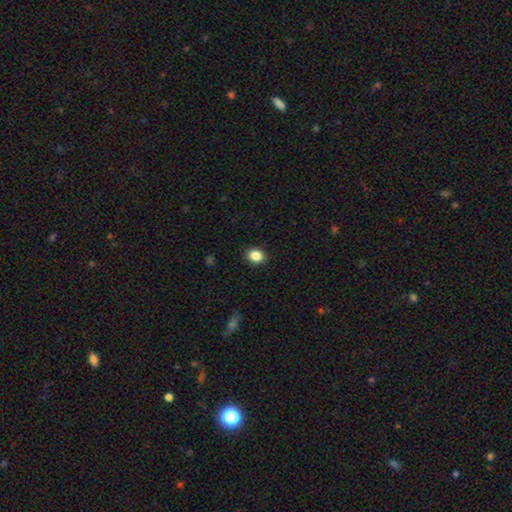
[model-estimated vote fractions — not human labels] Q: Smooth or featured?
A: smooth (86%); runner-up: star or artifact (10%)
Q: How rounded?
A: round (58%); runner-up: in between (41%)
Q: Merging?
A: none (91%); runner-up: minor disturbance (7%)